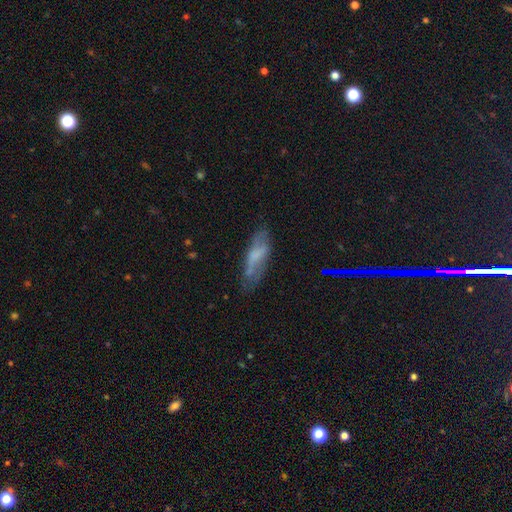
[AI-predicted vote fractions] A smooth galaxy with no disk features (51%) that is cigar-shaped (51%).

Vote fractions:
- Smooth or featured? smooth: 51% / featured or disk: 39% / star or artifact: 10%
- How rounded? cigar-shaped: 51% / in between: 47% / round: 2%
- Merging? none: 58% / minor disturbance: 27% / major disturbance: 12% / merger: 3%